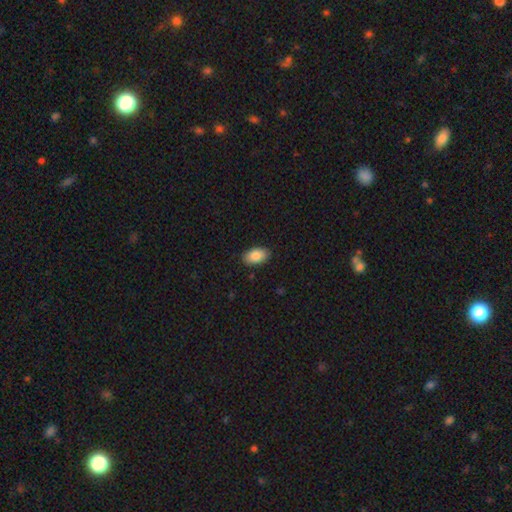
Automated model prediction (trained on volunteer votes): Smooth or featured?
  - smooth: 87% *
  - star or artifact: 7%
  - featured or disk: 6%
How rounded?
  - in between: 94% *
  - round: 5%
  - cigar-shaped: 2%
Merging?
  - none: 89% *
  - minor disturbance: 9%
  - major disturbance: 2%
  - merger: 1%